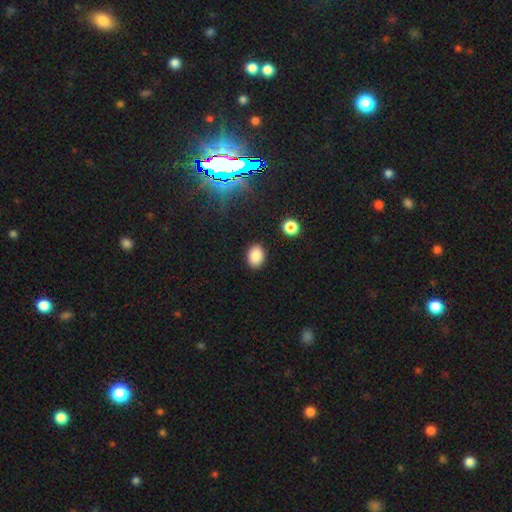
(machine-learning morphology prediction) The model was most divided on "how rounded": in between: 71%, round: 28%, cigar-shaped: 1%. More confident: merging — none (88%); smooth or featured — smooth (87%).